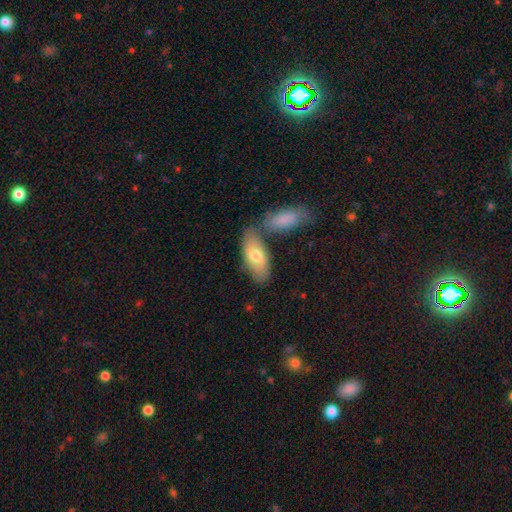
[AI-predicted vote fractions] Smooth or featured? smooth (62%)
How rounded? in between (85%)
Merging? none (60%)